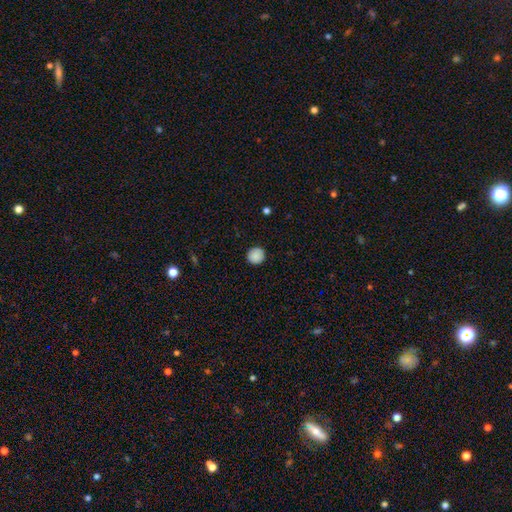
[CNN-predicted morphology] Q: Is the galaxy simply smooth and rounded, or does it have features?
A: smooth — 88%.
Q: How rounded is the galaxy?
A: round — 90%.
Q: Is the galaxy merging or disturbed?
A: none — 90%.